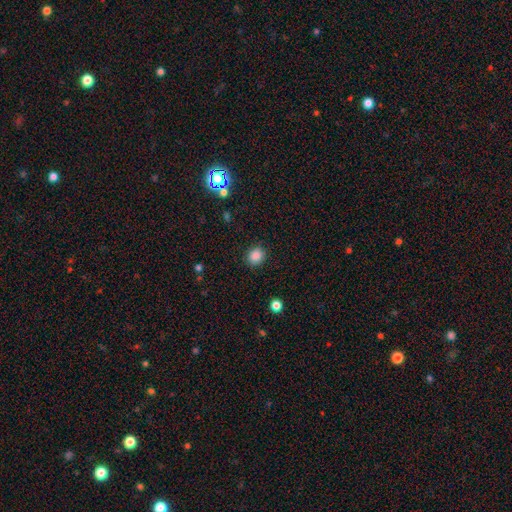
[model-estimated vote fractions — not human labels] Smooth or featured?
  - smooth: 86% *
  - star or artifact: 11%
  - featured or disk: 3%
How rounded?
  - round: 76% *
  - in between: 23%
  - cigar-shaped: 1%
Merging?
  - none: 90% *
  - minor disturbance: 7%
  - major disturbance: 2%
  - merger: 1%